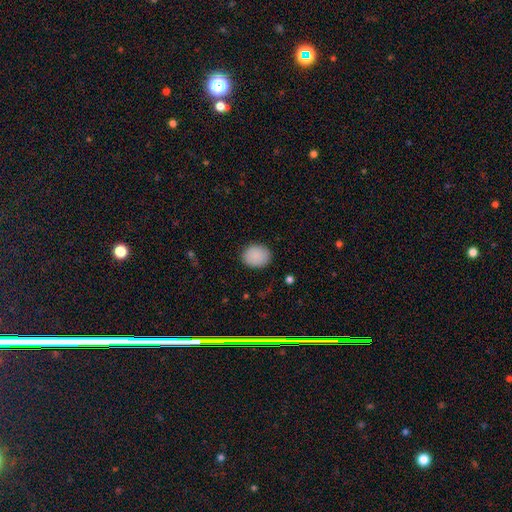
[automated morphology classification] Smooth or featured? smooth (89%)
How rounded? round (57%)
Merging? none (88%)